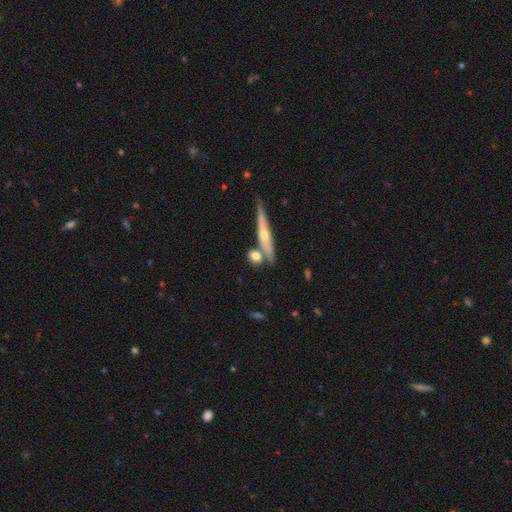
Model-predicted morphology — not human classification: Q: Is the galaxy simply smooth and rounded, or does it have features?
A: smooth — 66%.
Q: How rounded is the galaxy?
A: round — 39%.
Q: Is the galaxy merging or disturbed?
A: none — 62%.